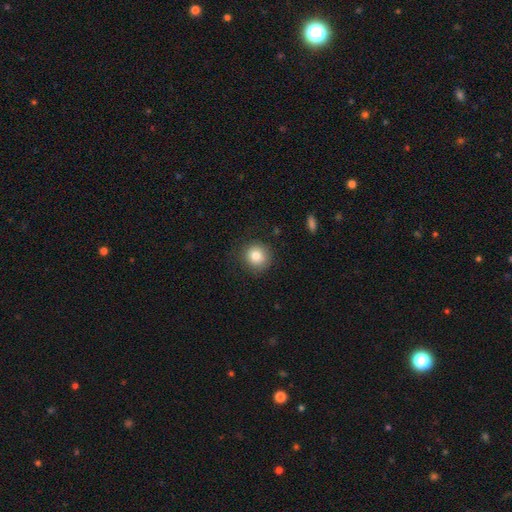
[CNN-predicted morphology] type=smooth (81%); roundness=round (91%); merging=none (86%).